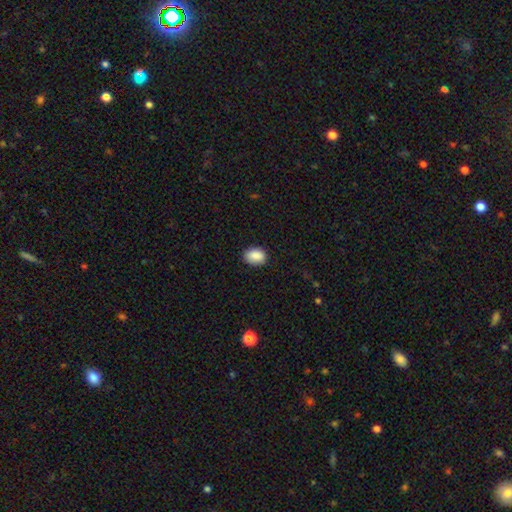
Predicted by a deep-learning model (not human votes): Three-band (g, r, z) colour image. It shows a smooth galaxy with no disk features (89%) that is in between round and cigar-shaped (74%). Merging: none (85%).